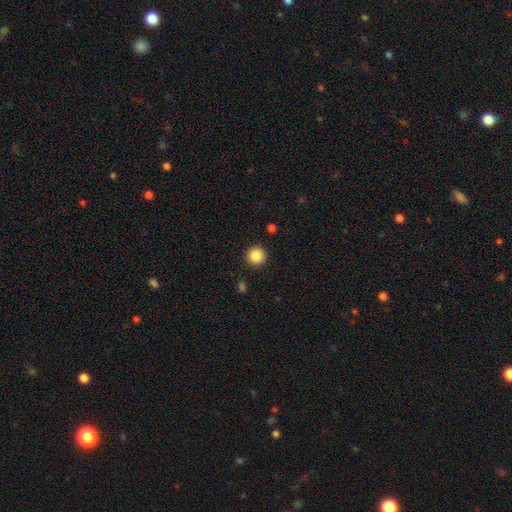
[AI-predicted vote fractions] The model was most divided on "smooth or featured": smooth: 87%, star or artifact: 9%, featured or disk: 4%. More confident: how rounded — round (96%); merging — none (92%).